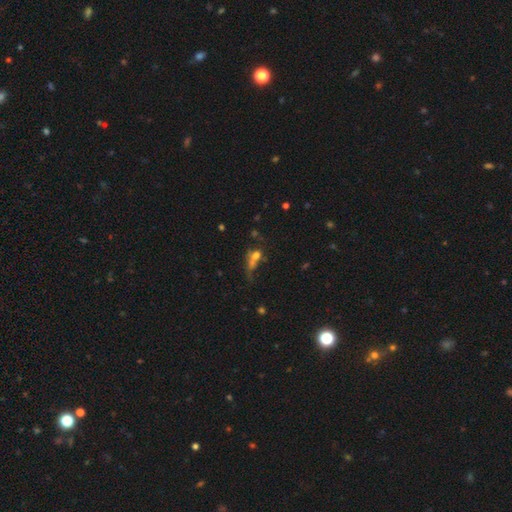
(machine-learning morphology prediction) smooth-or-featured: smooth: 53% | featured or disk: 24% | star or artifact: 22%
  how-rounded: in between: 46% | round: 38% | cigar-shaped: 16%
  merging: merger: 35% | none: 26% | major disturbance: 26% | minor disturbance: 13%